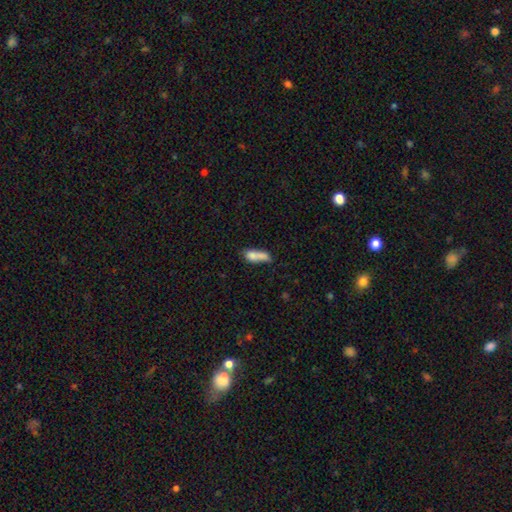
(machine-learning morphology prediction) Smooth or featured?
  - smooth: 72% *
  - featured or disk: 18%
  - star or artifact: 9%
How rounded?
  - in between: 64% *
  - cigar-shaped: 29%
  - round: 7%
Merging?
  - merger: 46% *
  - none: 27%
  - minor disturbance: 17%
  - major disturbance: 11%